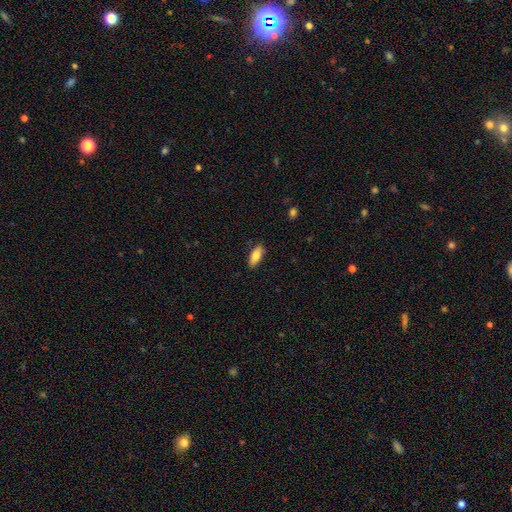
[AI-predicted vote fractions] Smooth or featured: smooth — 79% (featured or disk — 15%)
How rounded: in between — 77% (cigar-shaped — 21%)
Merging: none — 86% (minor disturbance — 11%)